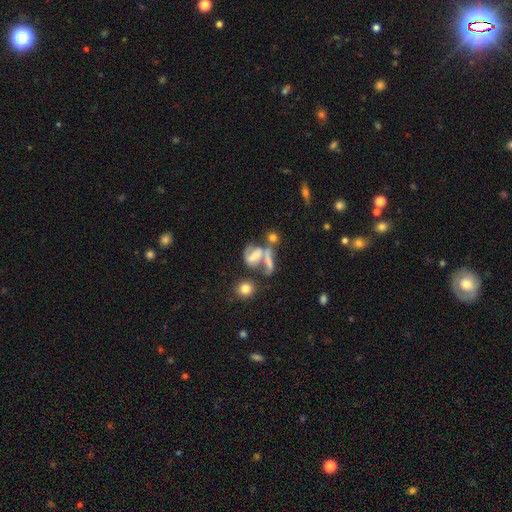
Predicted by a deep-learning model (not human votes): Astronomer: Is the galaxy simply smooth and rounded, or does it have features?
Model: featured or disk — 45% (runner-up: smooth, 40%).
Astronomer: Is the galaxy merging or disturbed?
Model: merger — 42% (runner-up: none, 23%).